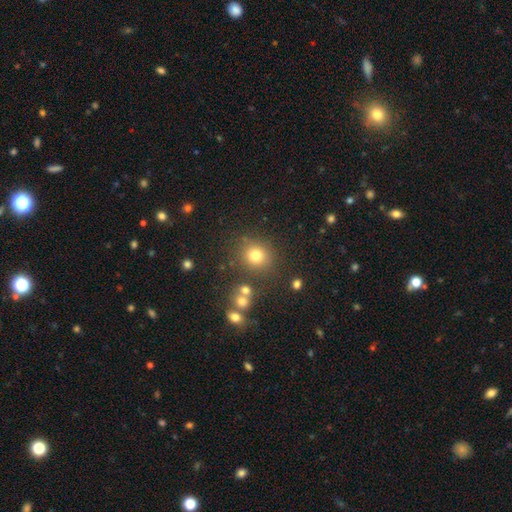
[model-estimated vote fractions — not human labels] Smooth or featured?
  - smooth: 76% *
  - star or artifact: 16%
  - featured or disk: 8%
How rounded?
  - round: 86% *
  - in between: 13%
  - cigar-shaped: 1%
Merging?
  - none: 79% *
  - minor disturbance: 10%
  - merger: 7%
  - major disturbance: 4%